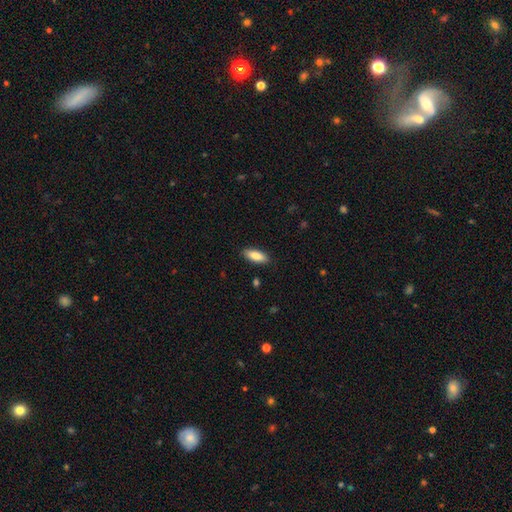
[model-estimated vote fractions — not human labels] A smooth galaxy with no disk features (83%) that is in between round and cigar-shaped (77%). Merging: none (89%).